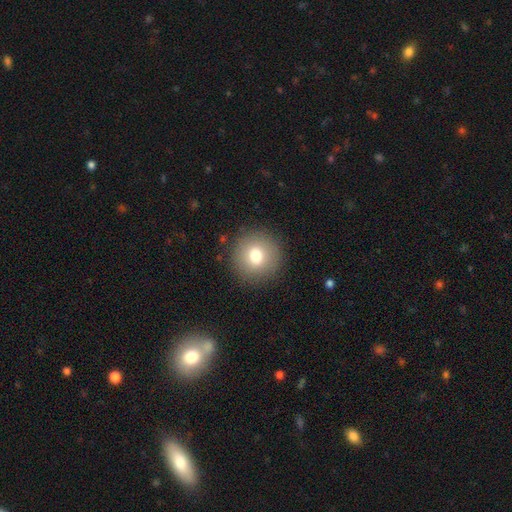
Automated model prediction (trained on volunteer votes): The model was most divided on "smooth or featured": smooth: 76%, featured or disk: 13%, star or artifact: 11%. More confident: how rounded — round (94%); merging — none (89%).